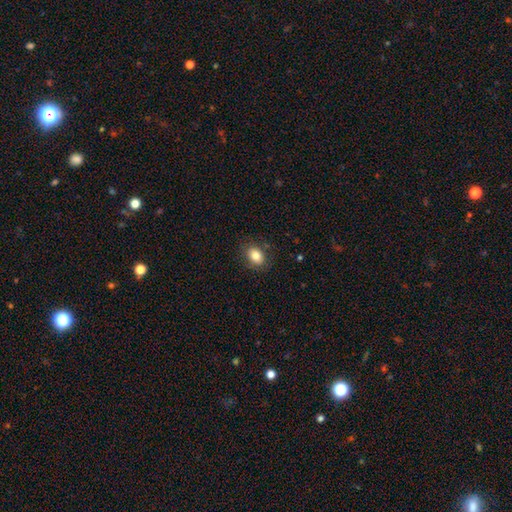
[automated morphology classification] smooth 82%, featured or disk 9%, star or artifact 9%. Down the decision tree: how rounded — in between (70%); merging — none (84%).